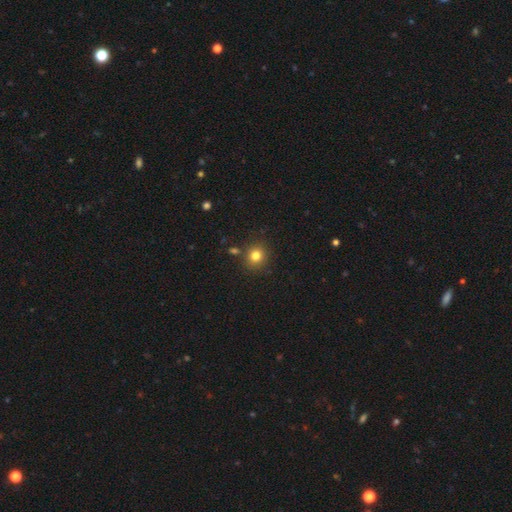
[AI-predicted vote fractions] smooth_or_featured: smooth (p=0.80) [alt: star or artifact p=0.13]
how_rounded: round (p=0.84) [alt: in between p=0.16]
merging: none (p=0.84) [alt: minor disturbance p=0.08]